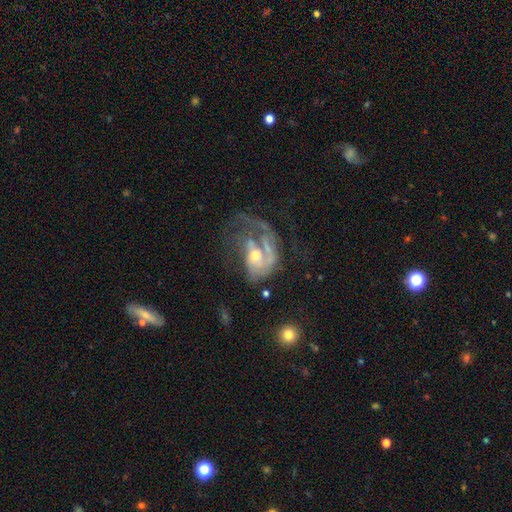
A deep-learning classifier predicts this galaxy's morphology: type=featured or disk (76%); edge-on=no (97%); bar=no (68%); spiral arms=yes (69%); winding=medium (38%); arm count=1 (43%); bulge=moderate (62%); merging=major disturbance (51%).